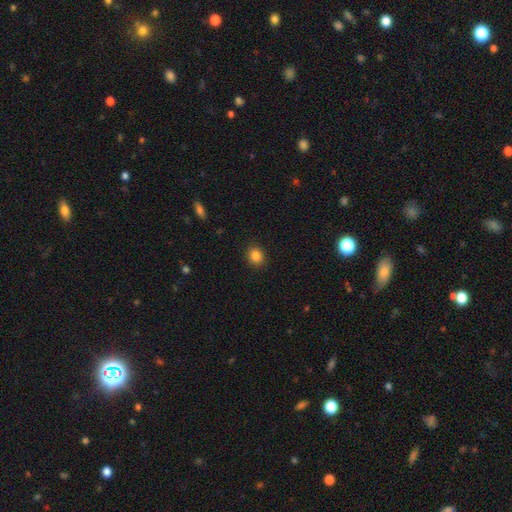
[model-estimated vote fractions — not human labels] This is clearly a smooth galaxy (85%). How rounded: likely round (72%). Merging: clearly none (89%).